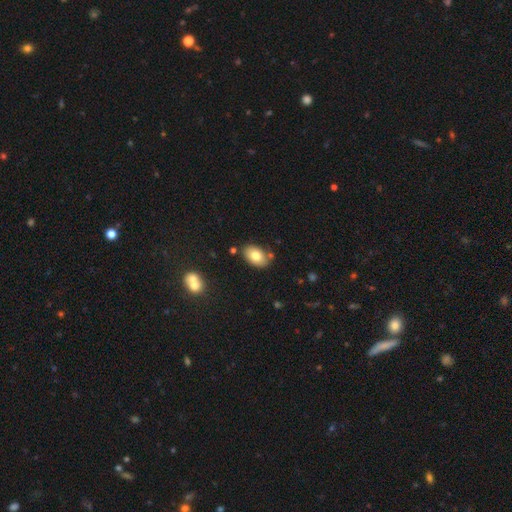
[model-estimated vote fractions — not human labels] A smooth galaxy with no disk features (78%) that is in between round and cigar-shaped (86%). Merging: none (80%).